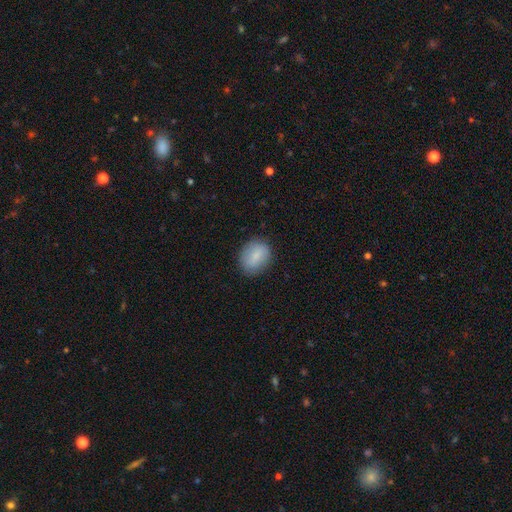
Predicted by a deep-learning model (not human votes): Overall: smooth (82%). How rounded: in between (60%; round 39%). Merging: none (82%).